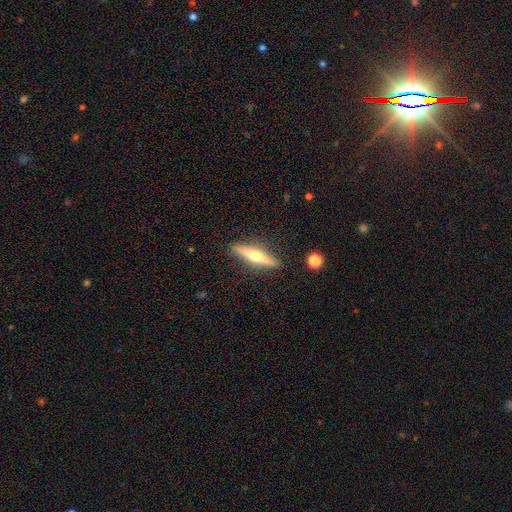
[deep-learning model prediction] This is likely a featured or disk galaxy (63%). It is clearly viewed edge-on (96%). Edge-on bulge: clearly rounded (92%). Merging: clearly none (88%).